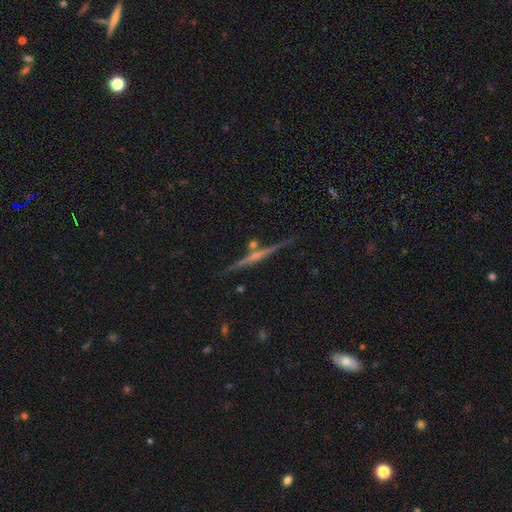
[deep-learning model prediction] featured or disk 76%, smooth 17%, star or artifact 7%. Down the decision tree: edge-on disk — yes (98%); edge-on bulge — rounded (46%); merging — none (84%).